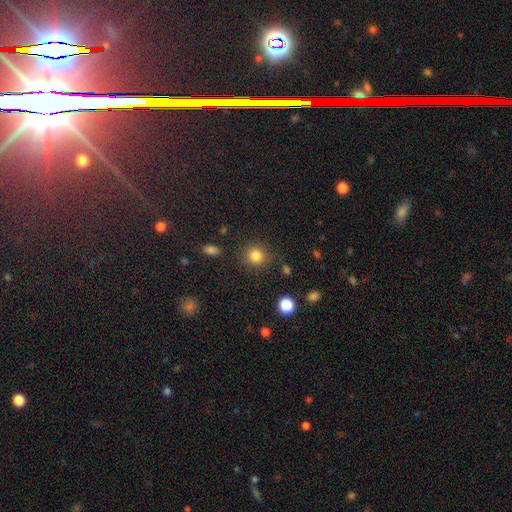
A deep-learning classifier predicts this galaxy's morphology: smooth 83%, star or artifact 12%, featured or disk 5%. Down the decision tree: how rounded — round (89%); merging — none (86%).